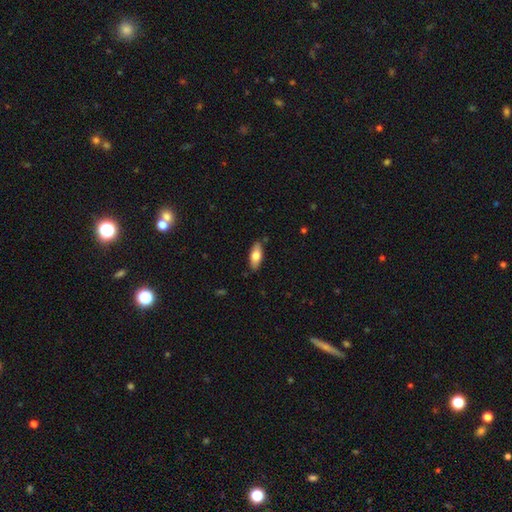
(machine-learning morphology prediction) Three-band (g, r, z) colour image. It shows a smooth galaxy with no disk features (75%) that is in between round and cigar-shaped (79%). Merging: none (85%).